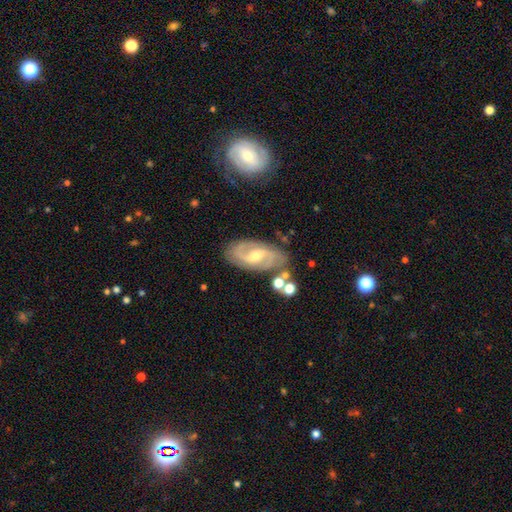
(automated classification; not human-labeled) Smooth or featured? Predicted: featured or disk (p=0.83). Edge-on disk? Predicted: no (p=0.95). Bar? Predicted: weak (p=0.50). Spiral arms? Predicted: yes (p=0.95). Spiral winding? Predicted: medium (p=0.48). Spiral arm count? Predicted: 2 (p=0.84). Bulge size? Predicted: moderate (p=0.50). Merging? Predicted: none (p=0.76).